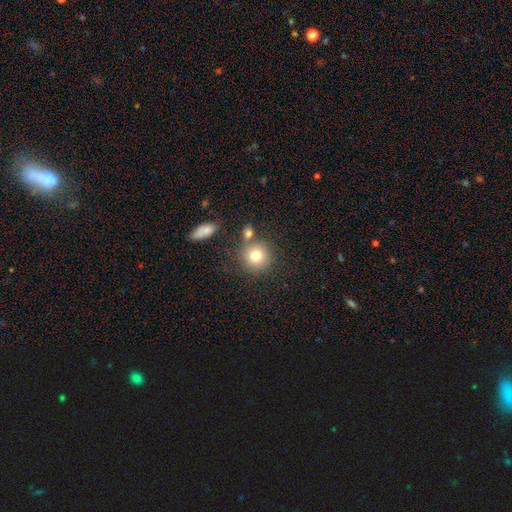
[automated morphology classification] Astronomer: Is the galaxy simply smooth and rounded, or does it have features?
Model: smooth — 78%.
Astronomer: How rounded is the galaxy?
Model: round — 91%.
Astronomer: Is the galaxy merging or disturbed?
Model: none — 72%.